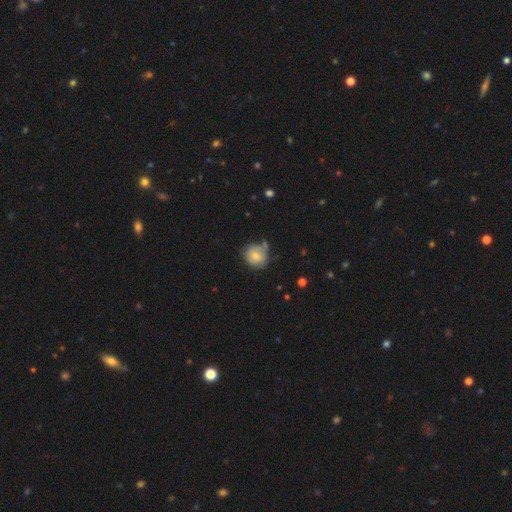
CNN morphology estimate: This is likely a smooth galaxy (78%). How rounded: clearly round (81%). Merging: likely none (60%).